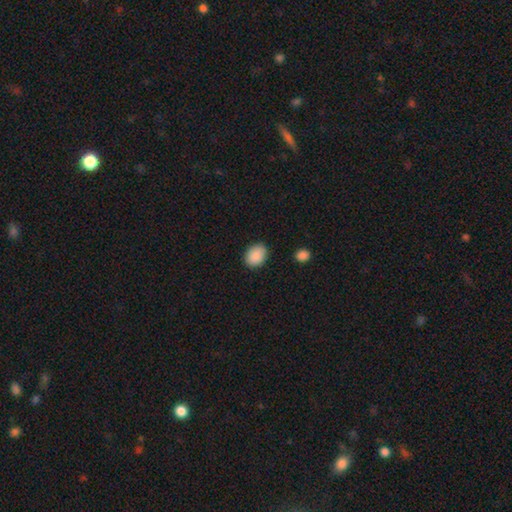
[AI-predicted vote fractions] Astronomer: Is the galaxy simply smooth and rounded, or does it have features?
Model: smooth — 89%.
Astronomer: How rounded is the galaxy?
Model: in between — 65%.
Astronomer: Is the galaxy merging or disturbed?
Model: none — 87%.